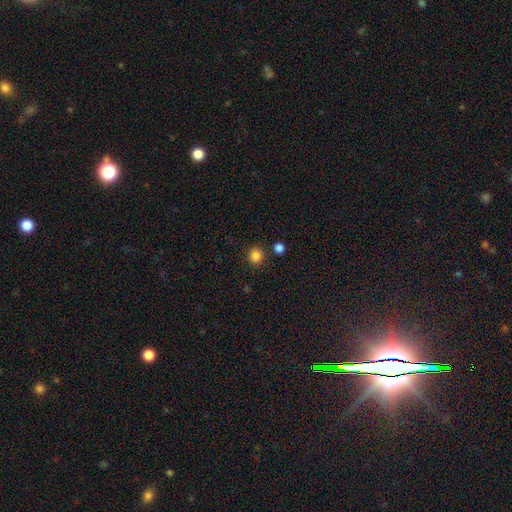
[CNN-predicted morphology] This appears to be a smooth galaxy with no disk features (85%) that is round (87%). Merging: none (83%).